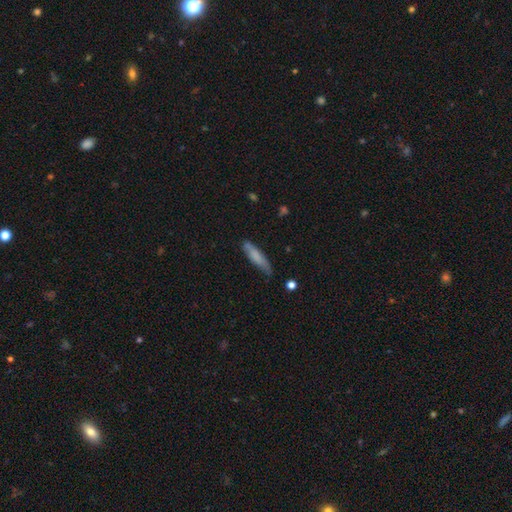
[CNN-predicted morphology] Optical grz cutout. It shows a smooth galaxy with no disk features (74%) that is cigar-shaped (78%). Merging: none (62%).